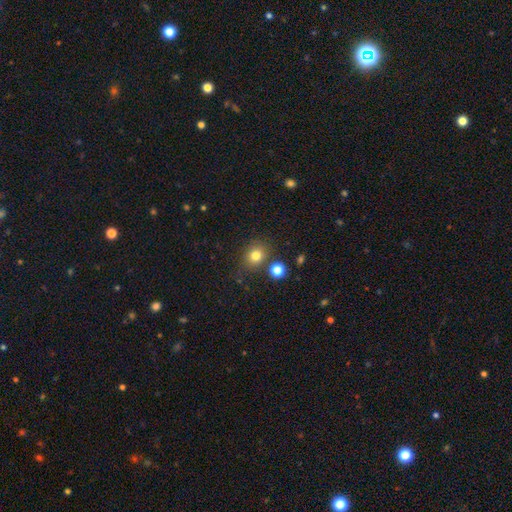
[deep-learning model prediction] Smooth or featured: smooth — 79% (star or artifact — 13%)
How rounded: round — 69% (in between — 30%)
Merging: none — 75% (minor disturbance — 13%)